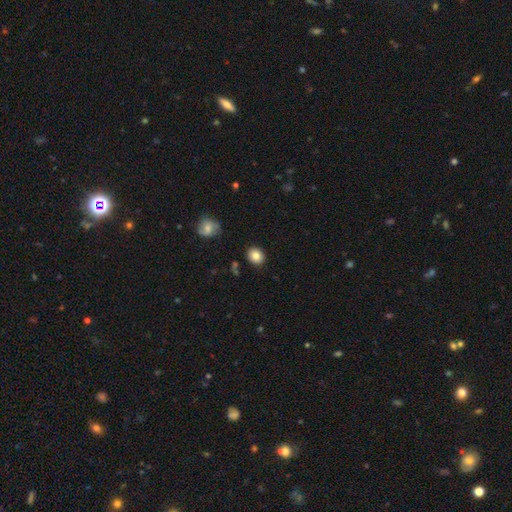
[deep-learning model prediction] smooth_or_featured: smooth (p=0.84) [alt: star or artifact p=0.09]
how_rounded: round (p=0.68) [alt: in between p=0.31]
merging: none (p=0.87) [alt: minor disturbance p=0.09]